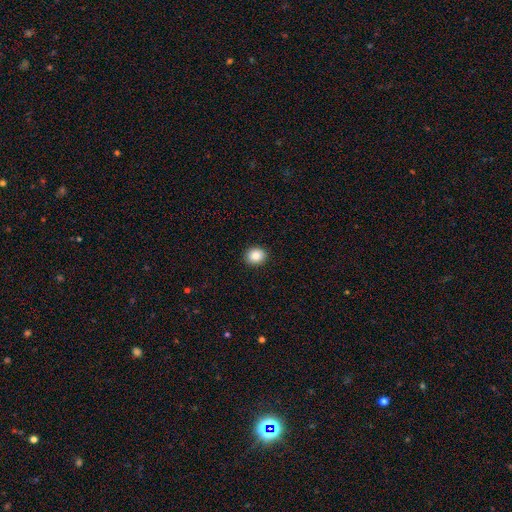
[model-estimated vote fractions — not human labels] Morphology: type=smooth (85%); roundness=round (70%); merging=none (92%).